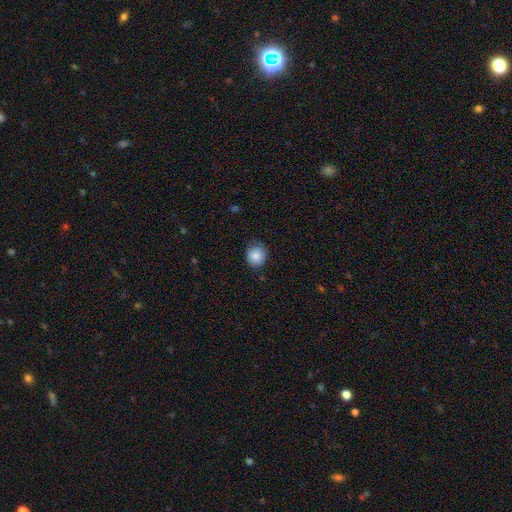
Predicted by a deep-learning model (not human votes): A smooth galaxy with no disk features (87%) that is round (84%).

Vote fractions:
- Smooth or featured? smooth: 87% / star or artifact: 9% / featured or disk: 5%
- How rounded? round: 84% / in between: 15% / cigar-shaped: 1%
- Merging? none: 82% / minor disturbance: 14% / major disturbance: 3% / merger: 1%